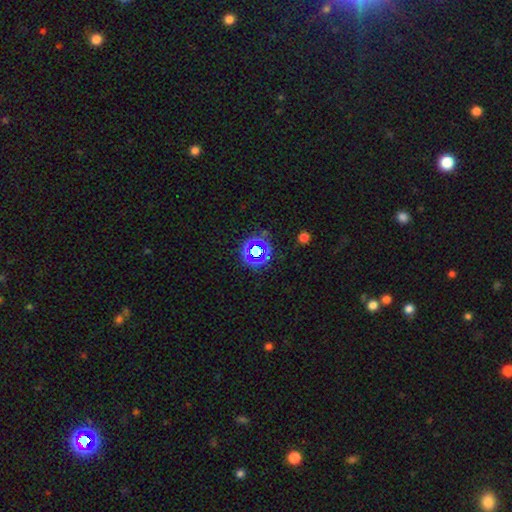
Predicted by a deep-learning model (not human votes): smooth-or-featured: star or artifact: 63% | smooth: 25% | featured or disk: 12%